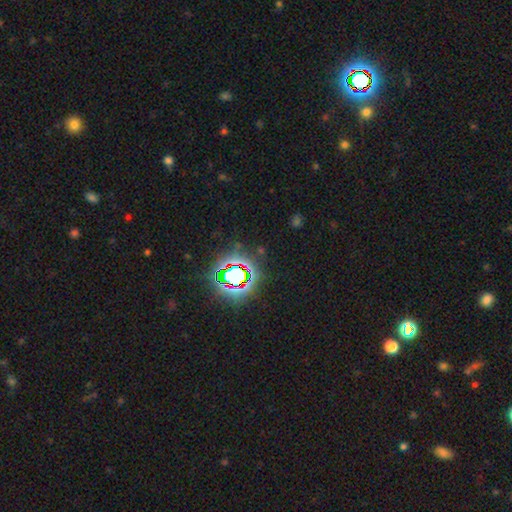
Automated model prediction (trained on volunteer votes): A star or artifact, not a galaxy (78%).

Vote fractions:
- Smooth or featured? star or artifact: 78% / smooth: 14% / featured or disk: 8%